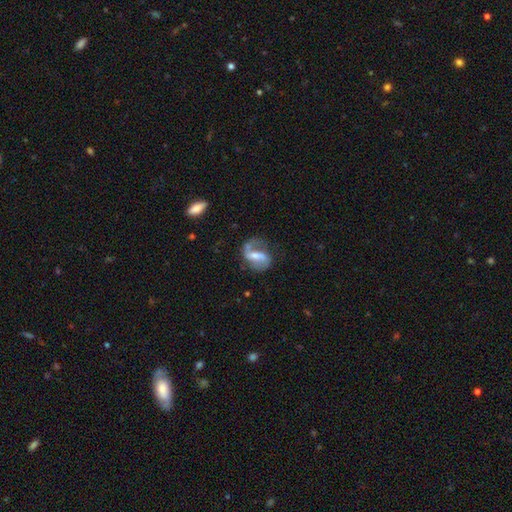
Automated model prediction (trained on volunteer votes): smooth-or-featured: featured or disk: 75% | smooth: 18% | star or artifact: 7%
  disk-edge-on: no: 95% | yes: 5%
    bar: strong: 48% | weak: 37% | no: 16%
    has-spiral-arms: yes: 85% | no: 15%
      spiral-winding: loose: 49% | medium: 38% | tight: 13%
      spiral-arm-count: 2: 78% | 1: 13% | can't tell: 6% | 3: 1% | 4: 1% | more than 4: 1%
    bulge-size: moderate: 45% | small: 37% | none: 9% | large: 7% | dominant: 1%
  merging: none: 54% | minor disturbance: 22% | major disturbance: 19% | merger: 5%